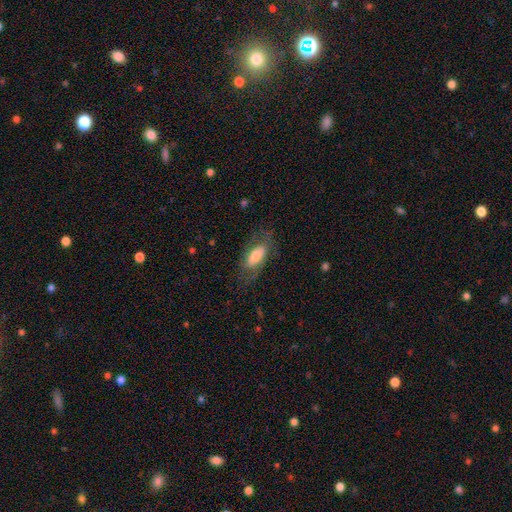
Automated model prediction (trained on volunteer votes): Smooth or featured: smooth — 60% (featured or disk — 33%)
How rounded: in between — 87% (cigar-shaped — 9%)
Merging: none — 65% (minor disturbance — 20%)